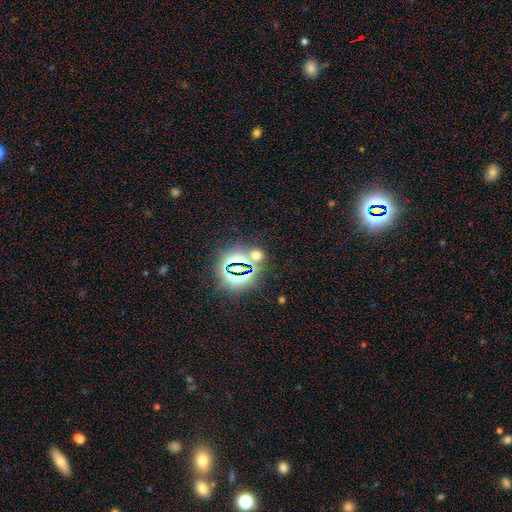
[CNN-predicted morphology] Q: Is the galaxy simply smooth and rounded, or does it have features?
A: star or artifact — 56%.